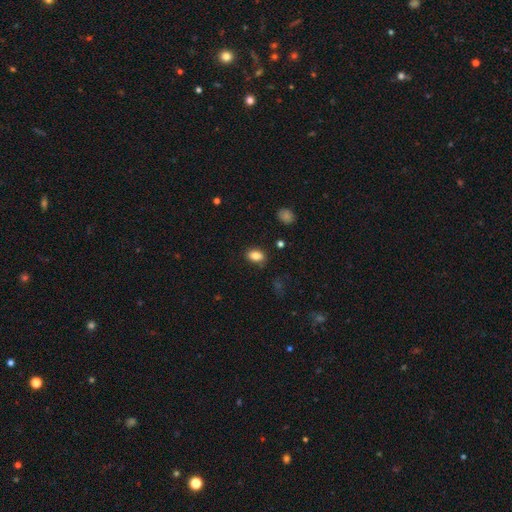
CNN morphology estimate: Smooth or featured?
  - smooth: 85% *
  - star or artifact: 9%
  - featured or disk: 6%
How rounded?
  - in between: 83% *
  - round: 16%
  - cigar-shaped: 2%
Merging?
  - none: 82% *
  - minor disturbance: 13%
  - major disturbance: 3%
  - merger: 2%